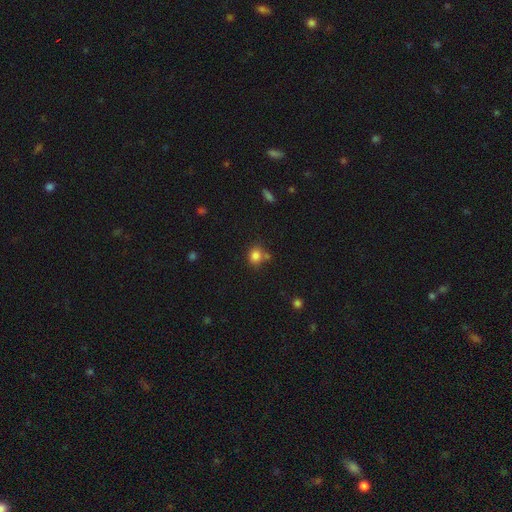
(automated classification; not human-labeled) smooth_or_featured: smooth (p=0.82) [alt: star or artifact p=0.12]
how_rounded: round (p=0.66) [alt: in between p=0.33]
merging: none (p=0.63) [alt: merger p=0.17]